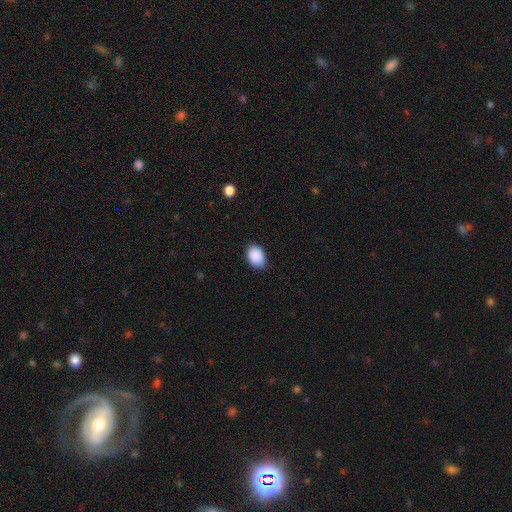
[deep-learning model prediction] A smooth galaxy with no disk features (90%) that is in between round and cigar-shaped (79%). Merging: none (79%).